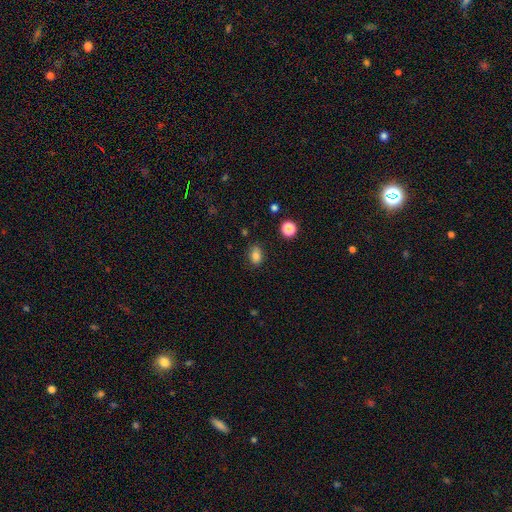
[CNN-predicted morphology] This appears to be a smooth galaxy with no disk features (81%) that is in between round and cigar-shaped (74%). Merging: none (79%).